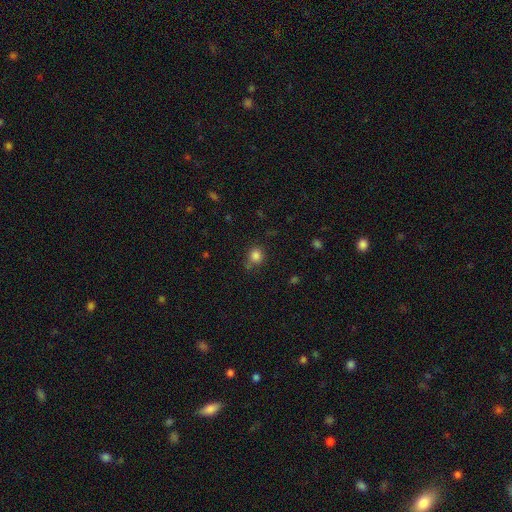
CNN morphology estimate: Smooth or featured?
  - smooth: 83% *
  - star or artifact: 12%
  - featured or disk: 5%
How rounded?
  - round: 83% *
  - in between: 16%
  - cigar-shaped: 1%
Merging?
  - none: 70% *
  - minor disturbance: 18%
  - merger: 6%
  - major disturbance: 5%